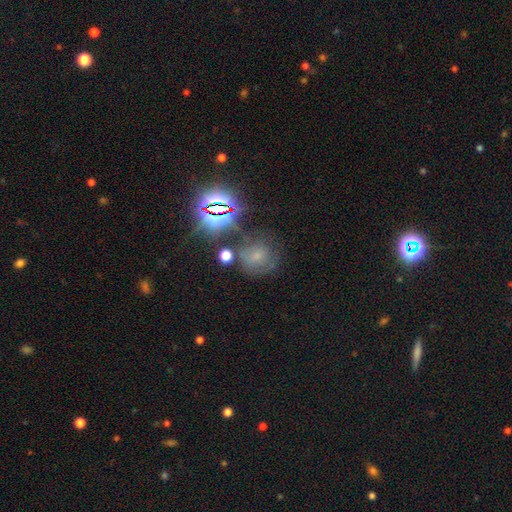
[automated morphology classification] Smooth or featured?
  - smooth: 43% *
  - star or artifact: 34%
  - featured or disk: 22%
Merging?
  - none: 59% *
  - minor disturbance: 20%
  - major disturbance: 13%
  - merger: 8%